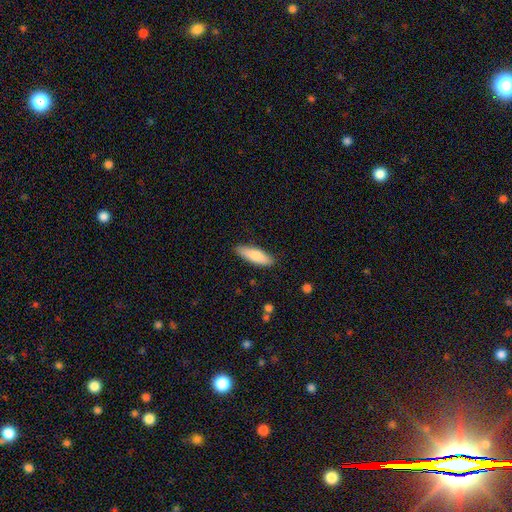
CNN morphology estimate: The model was most divided on "how rounded": cigar-shaped: 56%, in between: 42%, round: 2%. More confident: merging — none (86%); smooth or featured — smooth (78%).